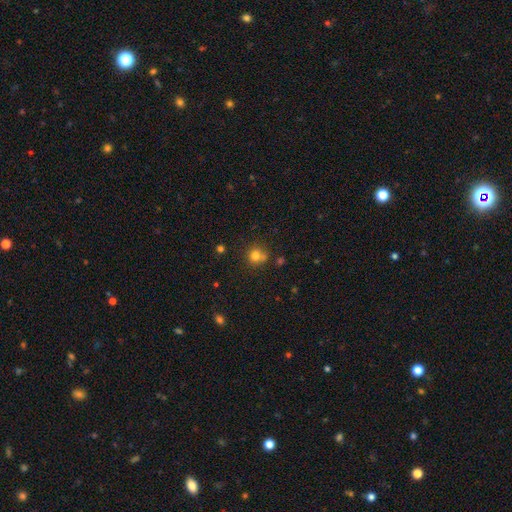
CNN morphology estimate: A smooth galaxy with no disk features (77%) that is round (87%). Merging: none (63%).